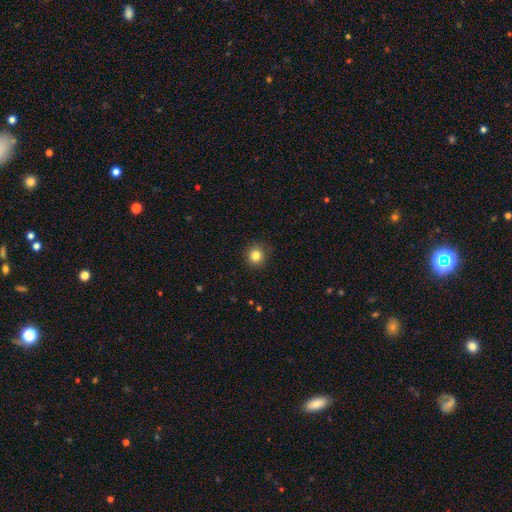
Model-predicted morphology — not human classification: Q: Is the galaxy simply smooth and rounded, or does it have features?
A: smooth — 83%.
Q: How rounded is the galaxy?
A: round — 93%.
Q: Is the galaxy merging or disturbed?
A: none — 88%.